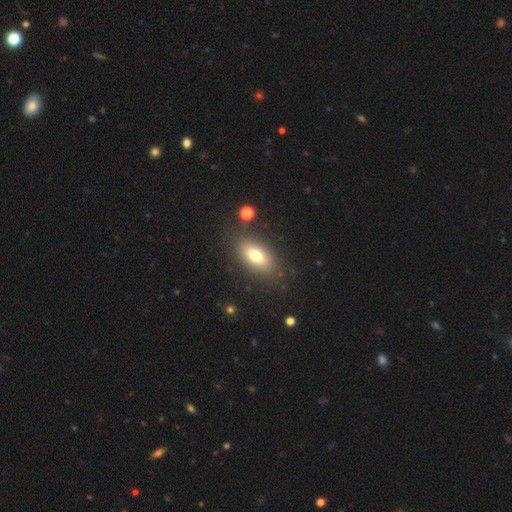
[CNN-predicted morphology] Smooth or featured: smooth — 74% (featured or disk — 16%)
How rounded: in between — 87% (round — 8%)
Merging: none — 81% (minor disturbance — 11%)